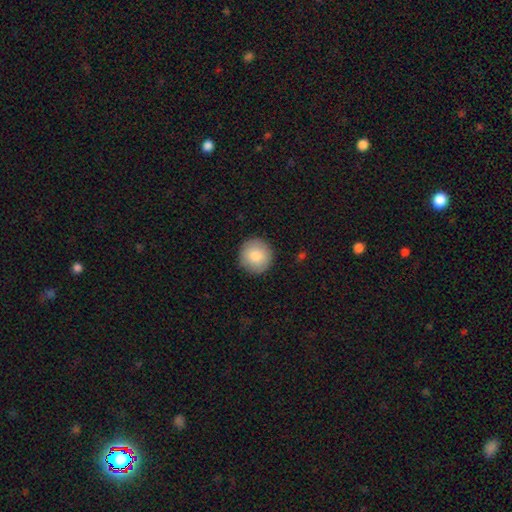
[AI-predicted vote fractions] smooth_or_featured: smooth (p=0.83) [alt: featured or disk p=0.09]
how_rounded: round (p=0.95) [alt: in between p=0.04]
merging: none (p=0.91) [alt: minor disturbance p=0.07]